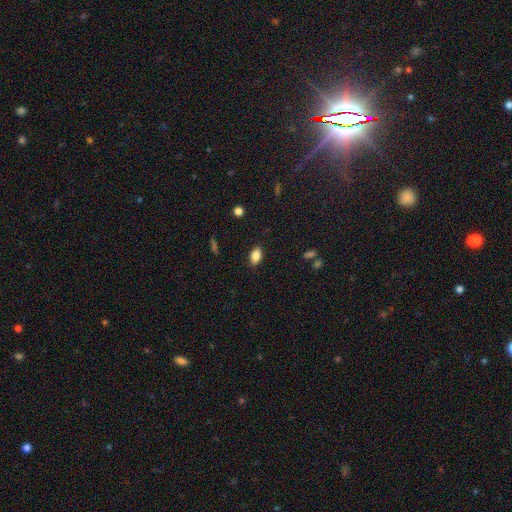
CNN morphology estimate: The model was most divided on "smooth or featured": smooth: 84%, star or artifact: 9%, featured or disk: 7%. More confident: how rounded — in between (88%); merging — none (86%).